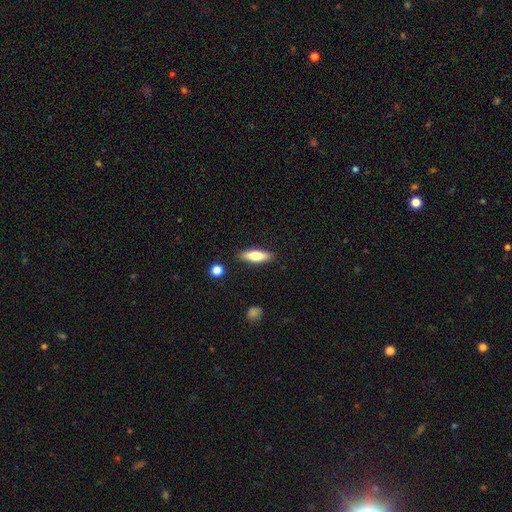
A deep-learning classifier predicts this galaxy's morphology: type=smooth (67%); roundness=cigar-shaped (52%); merging=none (87%).